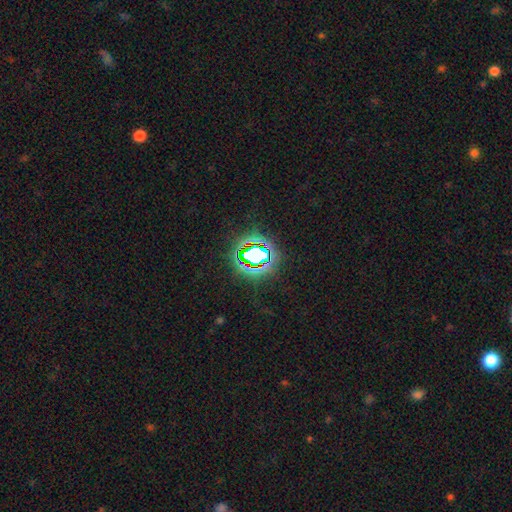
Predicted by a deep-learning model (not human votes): smooth_or_featured: star or artifact (p=0.65) [alt: smooth p=0.22]